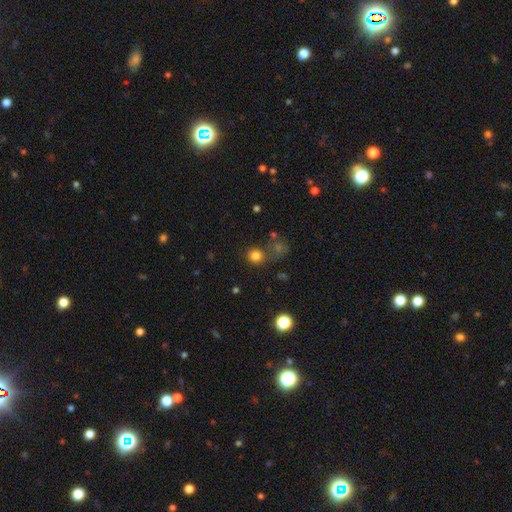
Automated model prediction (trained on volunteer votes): This appears to be a smooth galaxy with no disk features (78%) that is round (88%). Merging: none (65%).